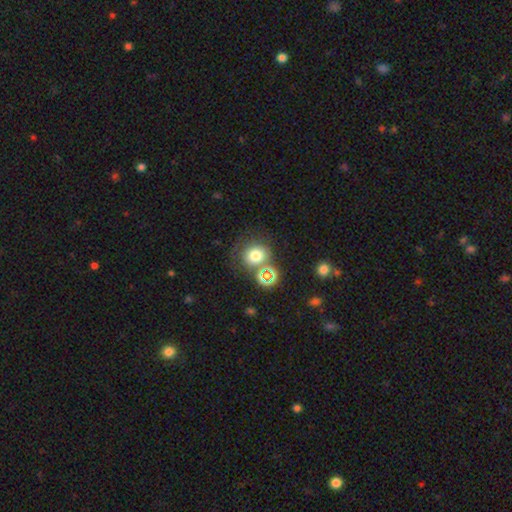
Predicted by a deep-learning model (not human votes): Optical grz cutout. It shows a smooth galaxy with no disk features (70%) that is round (79%). Merging: none (61%).